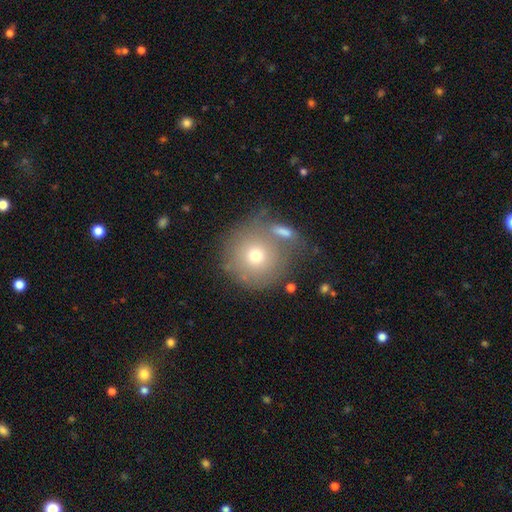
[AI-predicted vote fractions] smooth 68%, featured or disk 21%, star or artifact 11%. Down the decision tree: how rounded — round (94%); merging — none (64%).